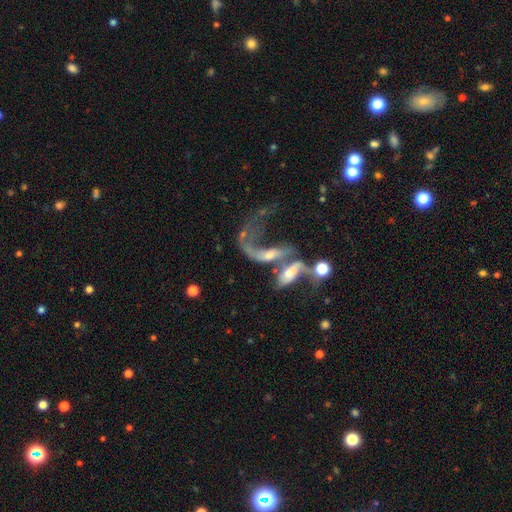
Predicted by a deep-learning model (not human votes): The model was most divided on "bulge size": small: 40%, moderate: 32%, none: 19%, large: 6%, dominant: 3%. Remaining: edge-on disk — no (87%); smooth or featured — featured or disk (70%); spiral arms — yes (64%); bar — no (51%); merging — merger (48%).